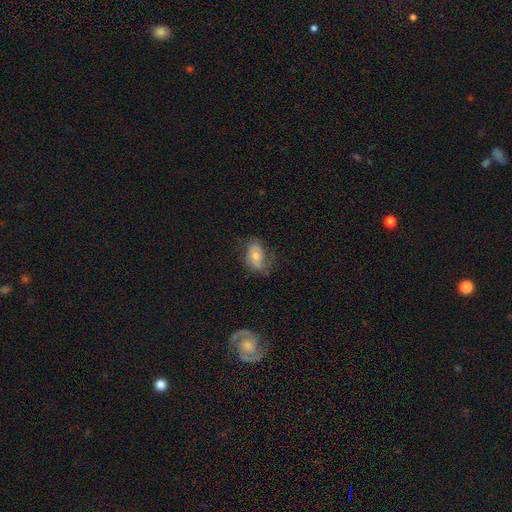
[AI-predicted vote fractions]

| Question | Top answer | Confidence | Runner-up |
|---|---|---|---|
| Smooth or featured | featured or disk | 48% | smooth (44%) |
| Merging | none | 59% | minor disturbance (25%) |